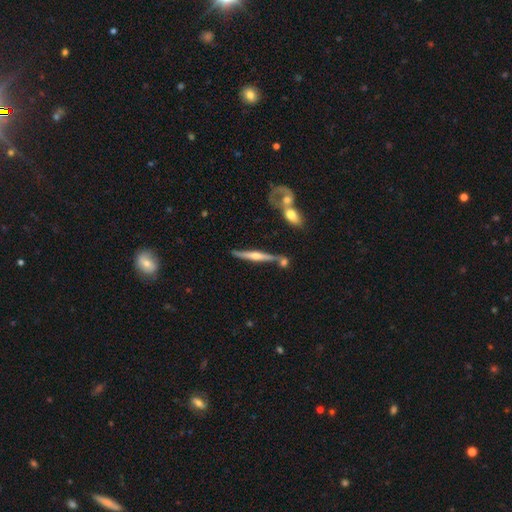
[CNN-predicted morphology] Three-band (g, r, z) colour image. It shows a featured or disk galaxy (74%) viewed edge-on (96%) with a rounded central bulge (87%). Merging: none (71%).